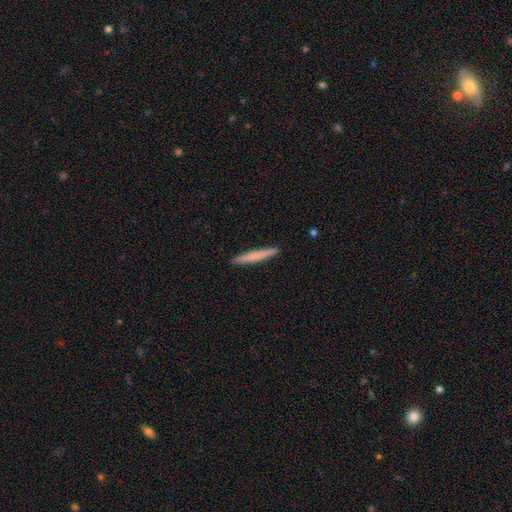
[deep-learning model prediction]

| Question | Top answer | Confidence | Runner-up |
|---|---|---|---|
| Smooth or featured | smooth | 69% | featured or disk (26%) |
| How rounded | cigar-shaped | 97% | in between (2%) |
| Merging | none | 92% | minor disturbance (5%) |